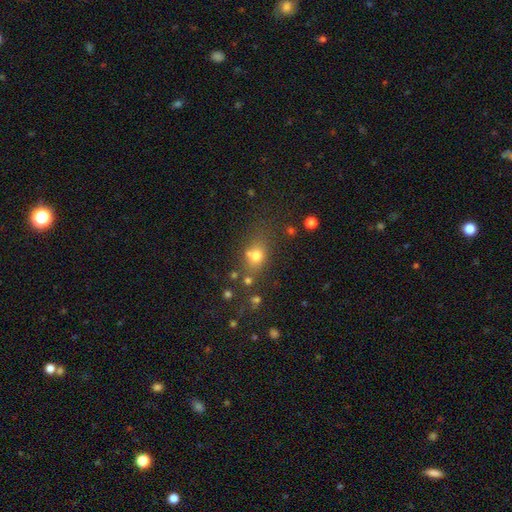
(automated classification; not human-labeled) smooth-or-featured: smooth: 68% | star or artifact: 18% | featured or disk: 13%
  how-rounded: round: 49% | in between: 48% | cigar-shaped: 3%
  merging: none: 58% | merger: 19% | minor disturbance: 16% | major disturbance: 8%